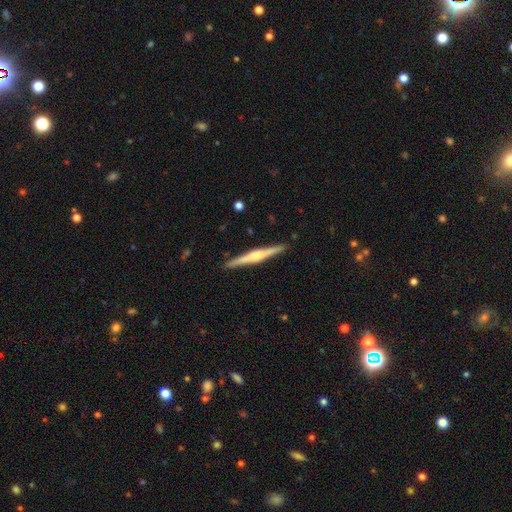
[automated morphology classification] featured or disk 74%, smooth 21%, star or artifact 5%. Down the decision tree: edge-on disk — yes (98%); edge-on bulge — rounded (72%); merging — none (92%).